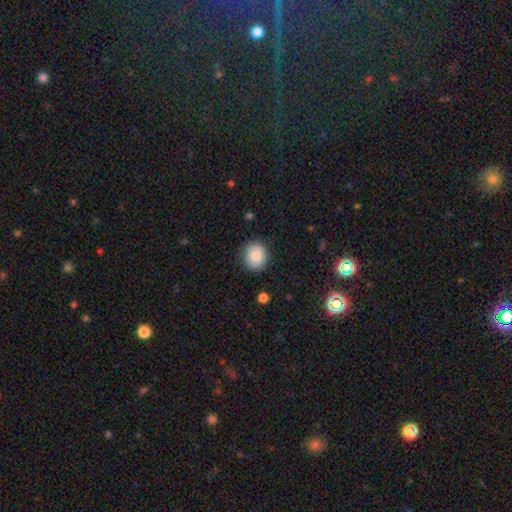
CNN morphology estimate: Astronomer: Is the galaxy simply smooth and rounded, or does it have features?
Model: smooth — 83%.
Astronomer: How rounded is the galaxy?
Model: round — 72%.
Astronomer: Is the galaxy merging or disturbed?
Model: none — 86%.